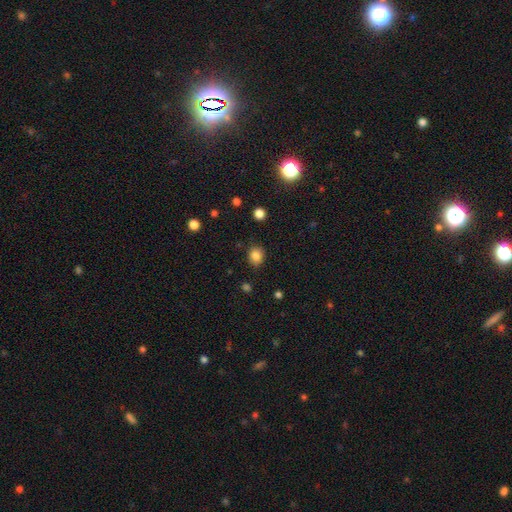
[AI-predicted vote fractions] smooth-or-featured: smooth: 84% | star or artifact: 11% | featured or disk: 5%
  how-rounded: round: 60% | in between: 39% | cigar-shaped: 1%
  merging: none: 84% | minor disturbance: 11% | major disturbance: 3% | merger: 2%